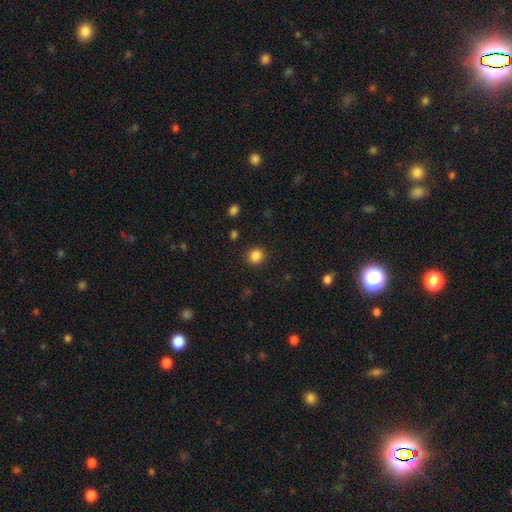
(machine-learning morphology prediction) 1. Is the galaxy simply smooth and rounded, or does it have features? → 85% smooth, 11% star or artifact, 4% featured or disk.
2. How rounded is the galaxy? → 83% round, 16% in between, 1% cigar-shaped.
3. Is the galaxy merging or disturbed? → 90% none, 6% minor disturbance, 2% major disturbance, 1% merger.